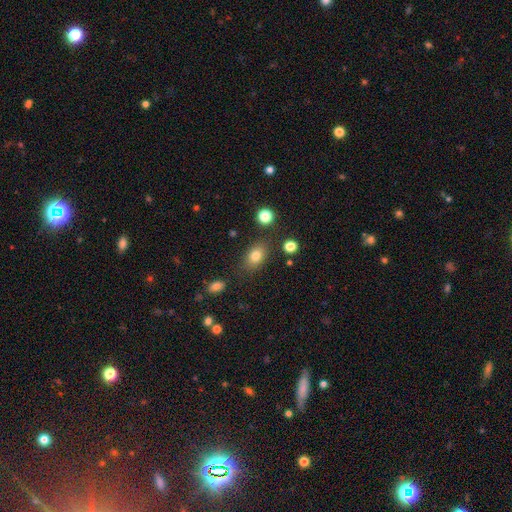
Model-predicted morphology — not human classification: Q: Smooth or featured?
A: smooth (80%); runner-up: star or artifact (11%)
Q: How rounded?
A: in between (80%); runner-up: round (18%)
Q: Merging?
A: none (78%); runner-up: minor disturbance (13%)